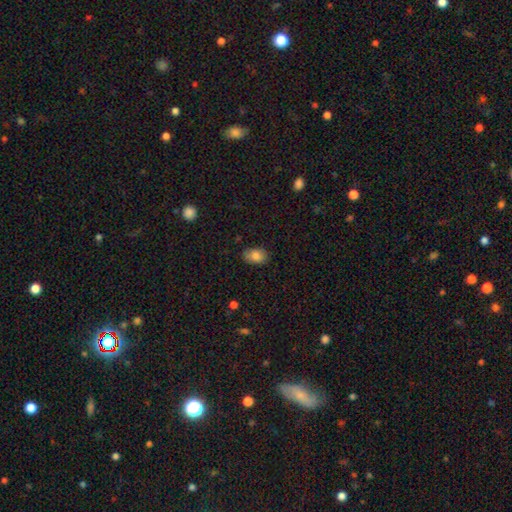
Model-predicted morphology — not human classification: type=smooth (85%); roundness=in between (84%); merging=none (80%).